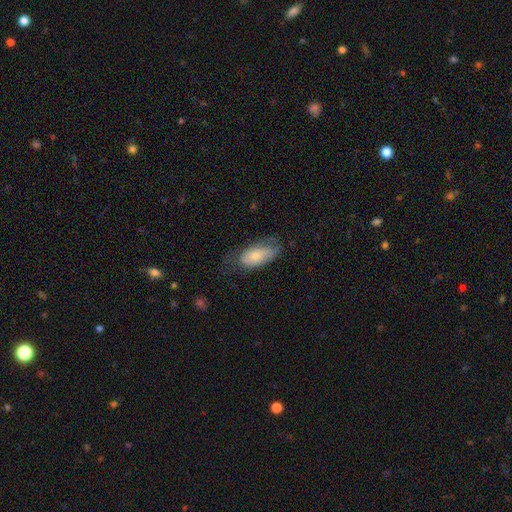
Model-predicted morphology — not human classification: This appears to be a smooth galaxy with no disk features (64%) that is in between round and cigar-shaped (92%). Merging: none (47%).